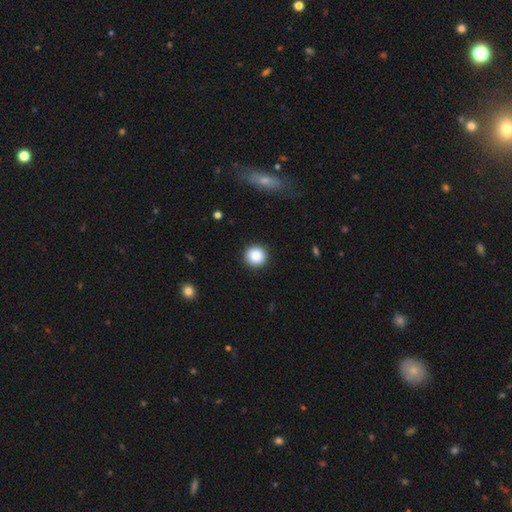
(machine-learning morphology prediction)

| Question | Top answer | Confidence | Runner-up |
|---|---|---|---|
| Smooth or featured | smooth | 88% | star or artifact (9%) |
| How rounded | round | 95% | in between (4%) |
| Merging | none | 91% | minor disturbance (6%) |